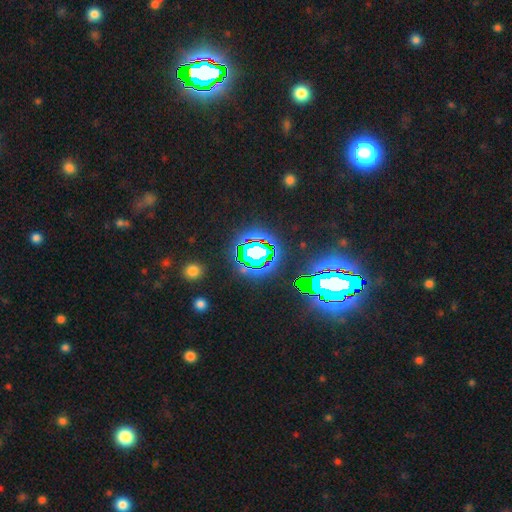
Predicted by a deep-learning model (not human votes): star or artifact 81%, smooth 12%, featured or disk 8%.